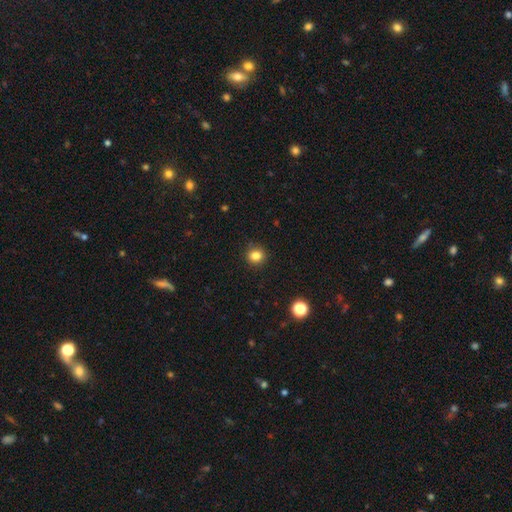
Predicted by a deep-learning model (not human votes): Smooth or featured: smooth — 83% (star or artifact — 12%)
How rounded: round — 89% (in between — 10%)
Merging: none — 91% (minor disturbance — 6%)